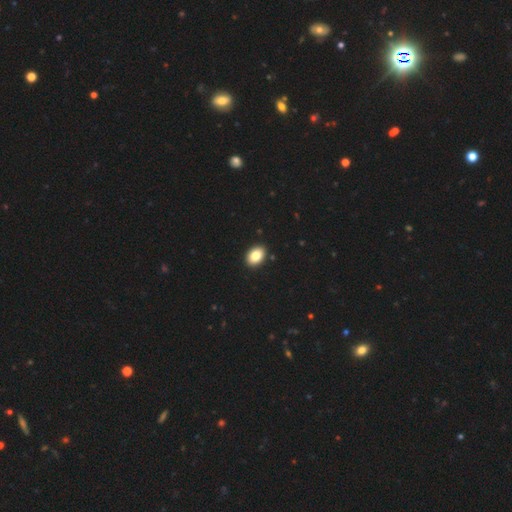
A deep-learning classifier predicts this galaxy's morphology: Smooth or featured: smooth — 84% (star or artifact — 8%)
How rounded: in between — 83% (round — 16%)
Merging: none — 91% (minor disturbance — 6%)